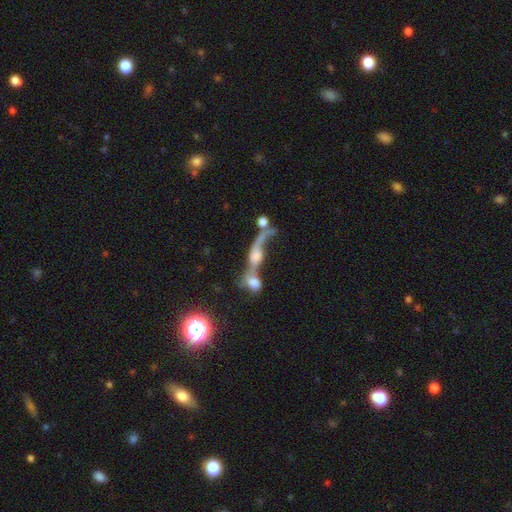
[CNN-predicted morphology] type=featured or disk (57%); edge-on=no (75%); merging=merger (68%).